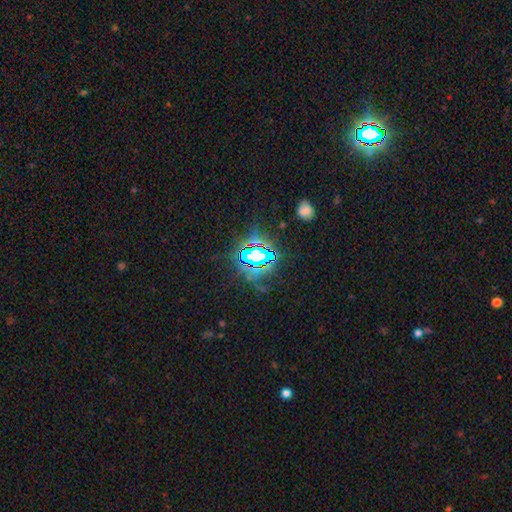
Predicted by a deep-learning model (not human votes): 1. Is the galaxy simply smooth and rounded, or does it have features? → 75% star or artifact, 14% smooth, 11% featured or disk.